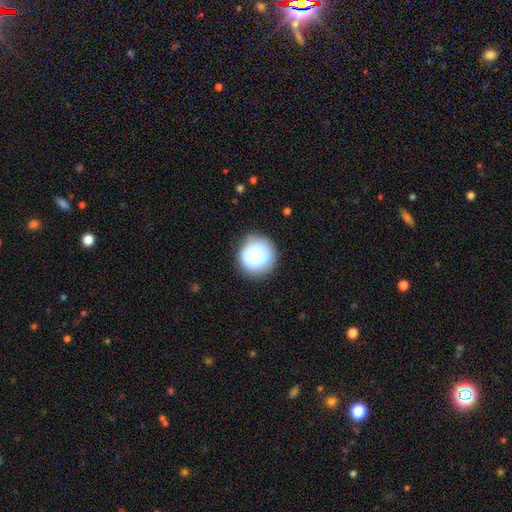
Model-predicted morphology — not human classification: A smooth galaxy with no disk features (79%) that is round (91%).

Vote fractions:
- Smooth or featured? smooth: 79% / featured or disk: 13% / star or artifact: 8%
- How rounded? round: 91% / in between: 8% / cigar-shaped: 1%
- Merging? none: 78% / minor disturbance: 14% / major disturbance: 5% / merger: 2%